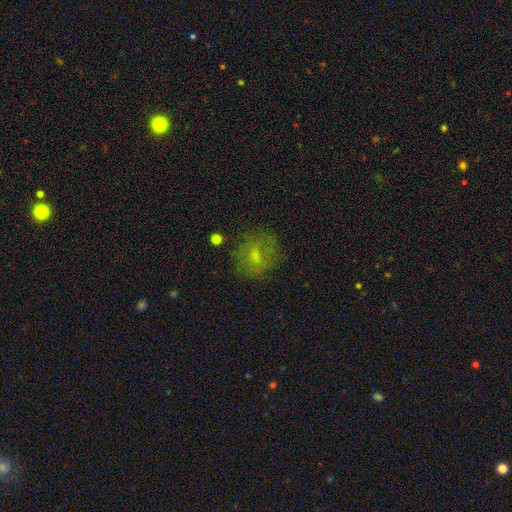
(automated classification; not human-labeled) Smooth or featured: smooth — 61% (featured or disk — 25%)
How rounded: round — 63% (in between — 35%)
Merging: none — 69% (minor disturbance — 17%)